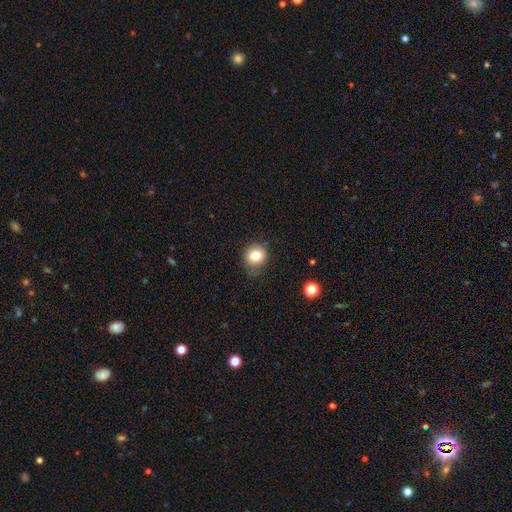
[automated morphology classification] Overall: smooth (80%). How rounded: round (82%). Merging: none (79%).